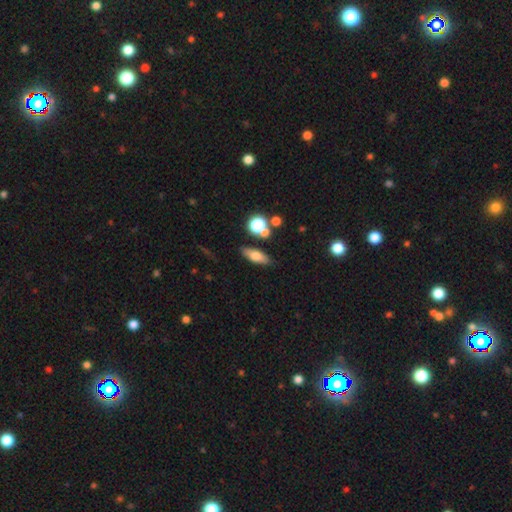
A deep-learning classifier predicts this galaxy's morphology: smooth-or-featured: smooth: 67% | featured or disk: 22% | star or artifact: 10%
  how-rounded: in between: 62% | cigar-shaped: 30% | round: 8%
  merging: none: 76% | minor disturbance: 11% | merger: 10% | major disturbance: 3%